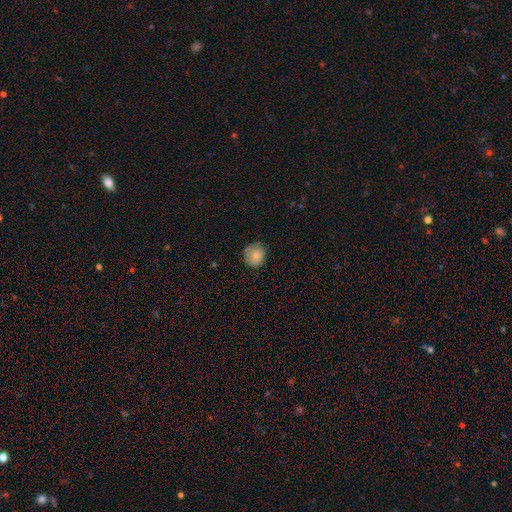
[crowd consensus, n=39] This appears to be a smooth galaxy with no disk features (87%) that is round (85%). Merging: none (86%).